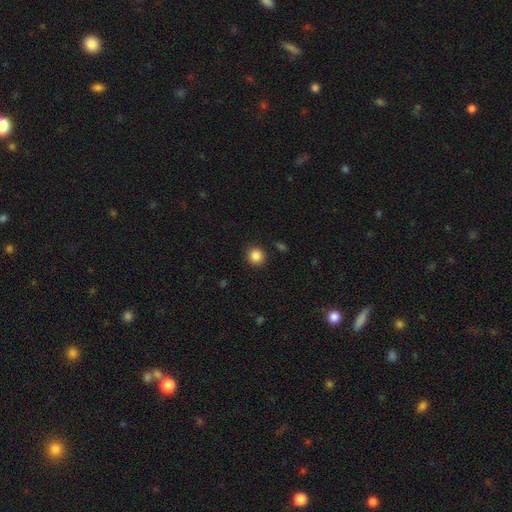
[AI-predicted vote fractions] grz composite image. It shows a smooth galaxy with no disk features (87%) that is round (92%). Merging: none (90%).